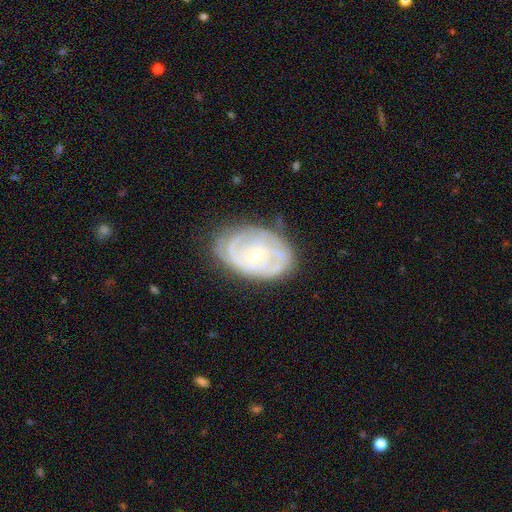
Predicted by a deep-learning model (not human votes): Q: Smooth or featured?
A: featured or disk (81%); runner-up: smooth (13%)
Q: Edge-on disk?
A: no (96%); runner-up: yes (4%)
Q: Bar?
A: no (59%); runner-up: weak (33%)
Q: Spiral arms?
A: yes (90%); runner-up: no (10%)
Q: Spiral winding?
A: tight (70%); runner-up: medium (24%)
Q: Spiral arm count?
A: can't tell (40%); runner-up: 2 (26%)
Q: Bulge size?
A: small (64%); runner-up: moderate (33%)
Q: Merging?
A: none (72%); runner-up: minor disturbance (21%)